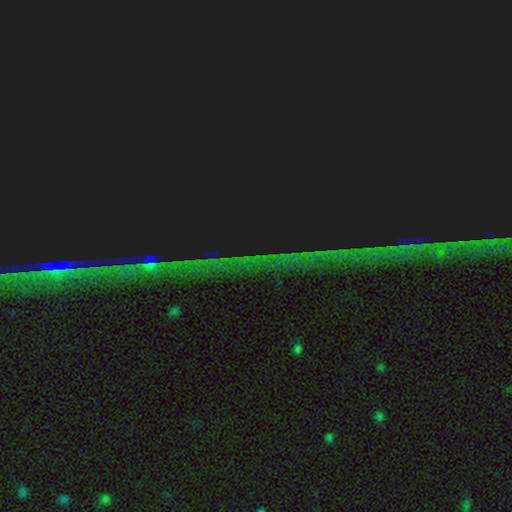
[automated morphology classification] smooth-or-featured: star or artifact: 83% | featured or disk: 9% | smooth: 8%